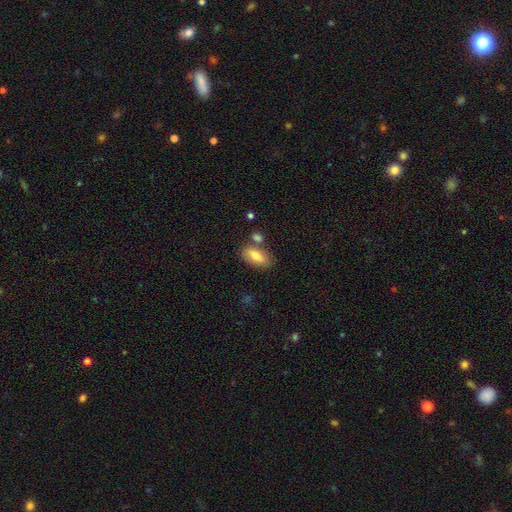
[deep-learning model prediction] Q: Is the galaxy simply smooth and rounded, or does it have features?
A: smooth — 74%.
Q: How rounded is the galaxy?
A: in between — 88%.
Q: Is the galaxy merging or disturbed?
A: none — 70%.